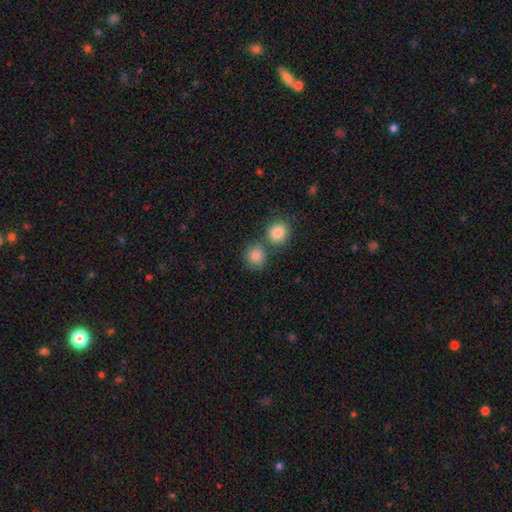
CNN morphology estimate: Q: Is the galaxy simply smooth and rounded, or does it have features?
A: smooth — 85%.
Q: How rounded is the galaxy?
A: round — 83%.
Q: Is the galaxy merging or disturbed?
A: none — 59%.